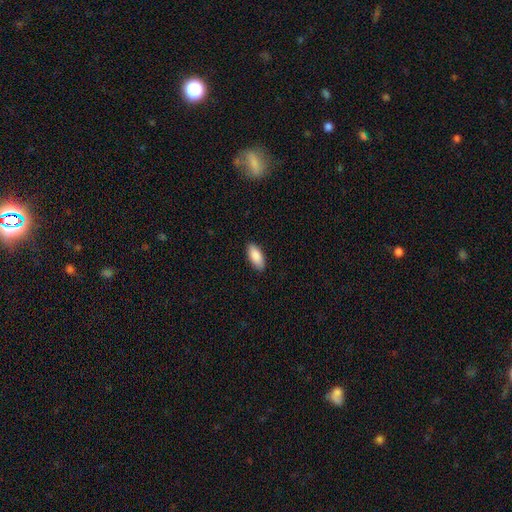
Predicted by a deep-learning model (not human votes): Smooth or featured: smooth — 89% (star or artifact — 6%)
How rounded: in between — 88% (cigar-shaped — 10%)
Merging: none — 89% (minor disturbance — 8%)